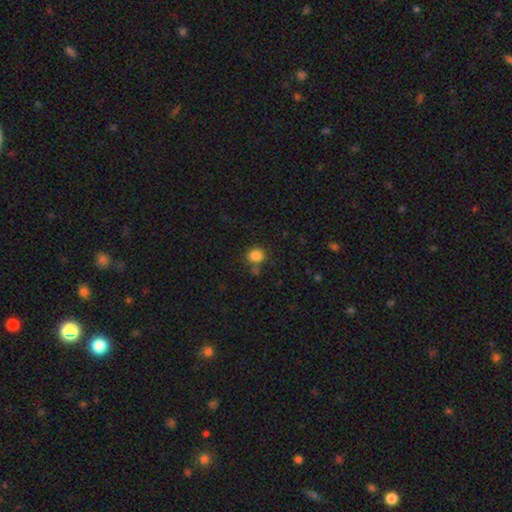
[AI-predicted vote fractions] Smooth or featured? smooth (84%)
How rounded? round (78%)
Merging? none (72%)